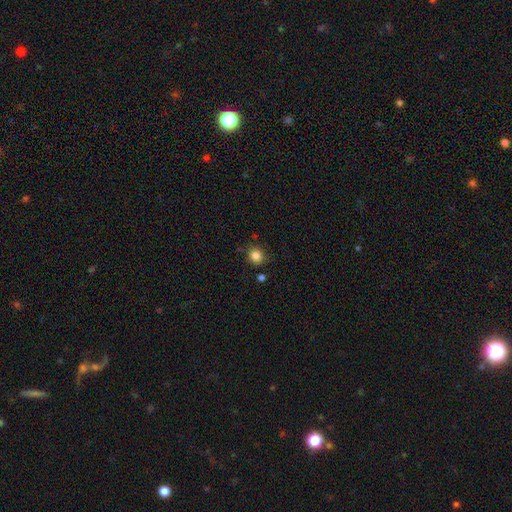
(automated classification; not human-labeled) A smooth galaxy with no disk features (84%) that is round (86%).

Vote fractions:
- Smooth or featured? smooth: 84% / star or artifact: 11% / featured or disk: 4%
- How rounded? round: 86% / in between: 13% / cigar-shaped: 1%
- Merging? none: 82% / minor disturbance: 11% / merger: 3% / major disturbance: 3%